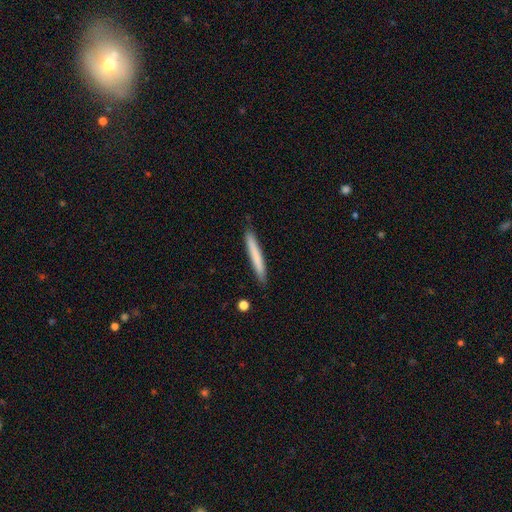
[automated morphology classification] smooth 72%, featured or disk 22%, star or artifact 6%. Down the decision tree: how rounded — cigar-shaped (96%); merging — none (87%).